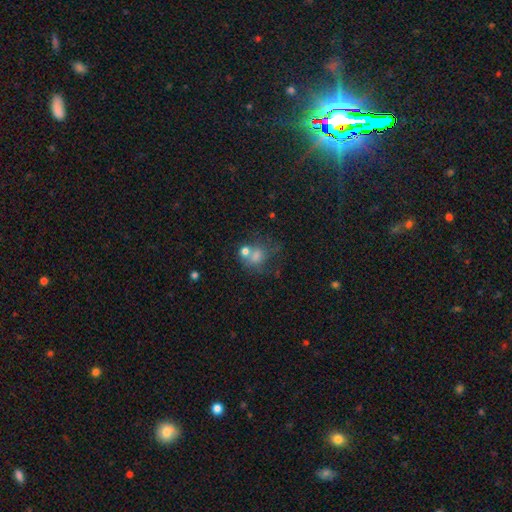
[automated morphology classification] Q: Smooth or featured?
A: smooth (57%); runner-up: featured or disk (23%)
Q: How rounded?
A: round (65%); runner-up: in between (34%)
Q: Merging?
A: none (40%); runner-up: merger (33%)